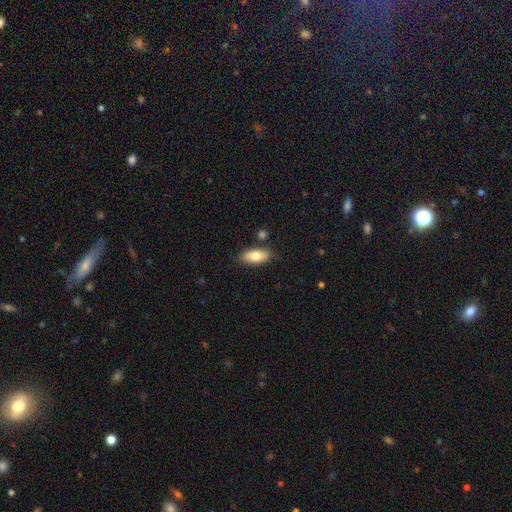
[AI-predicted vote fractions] smooth-or-featured: smooth: 78% | featured or disk: 15% | star or artifact: 7%
  how-rounded: in between: 84% | cigar-shaped: 13% | round: 3%
  merging: none: 81% | minor disturbance: 13% | merger: 4% | major disturbance: 2%